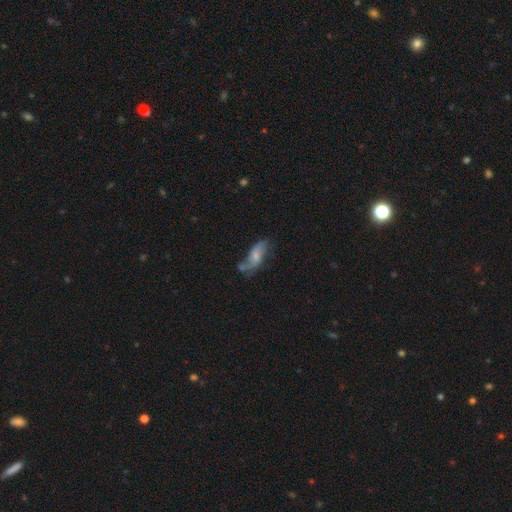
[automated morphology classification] Smooth or featured? featured or disk (58%)
Edge-on disk? no (89%)
Bar? no (61%)
Spiral arms? yes (81%)
Bulge size? small (45%)
Merging? none (44%)